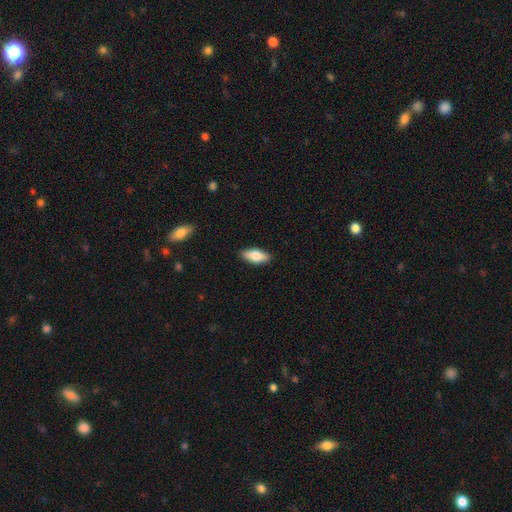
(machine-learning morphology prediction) smooth 79%, featured or disk 16%, star or artifact 6%. Down the decision tree: how rounded — in between (82%); merging — none (89%).